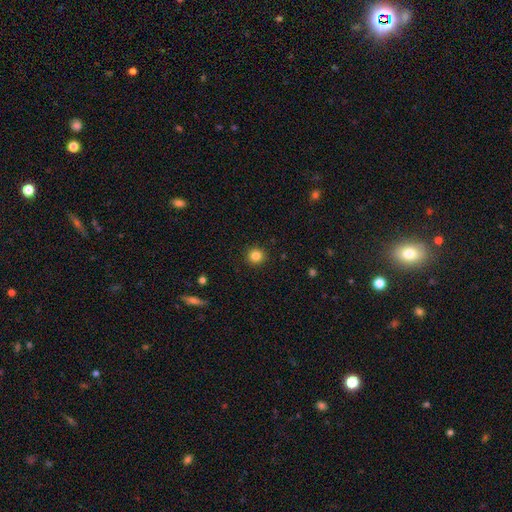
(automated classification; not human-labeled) This appears to be a smooth galaxy with no disk features (84%) that is round (93%). Merging: none (92%).